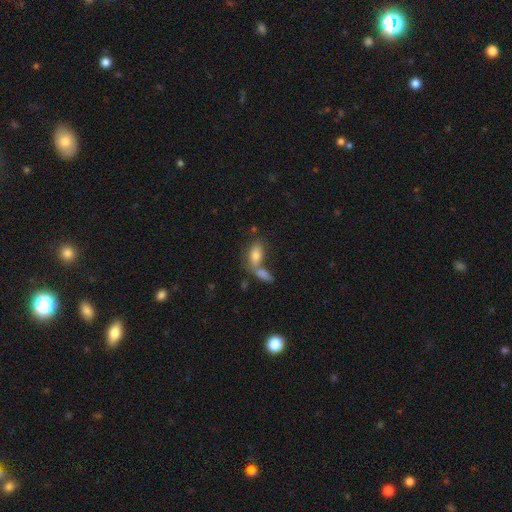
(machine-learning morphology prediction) Smooth or featured? Predicted: smooth (p=0.75). How rounded? Predicted: in between (p=0.87). Merging? Predicted: merger (p=0.45).